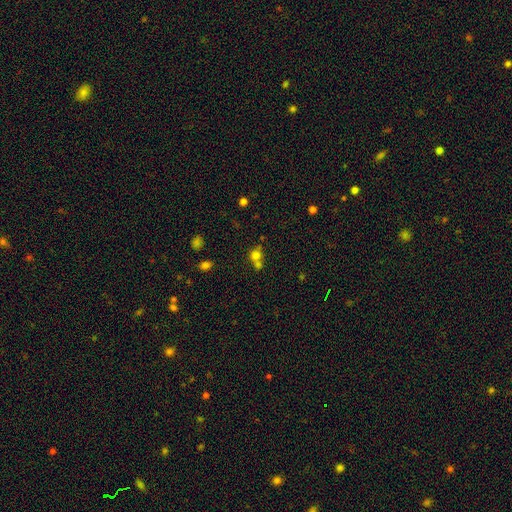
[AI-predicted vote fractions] Smooth or featured? smooth (71%)
How rounded? round (80%)
Merging? merger (51%)